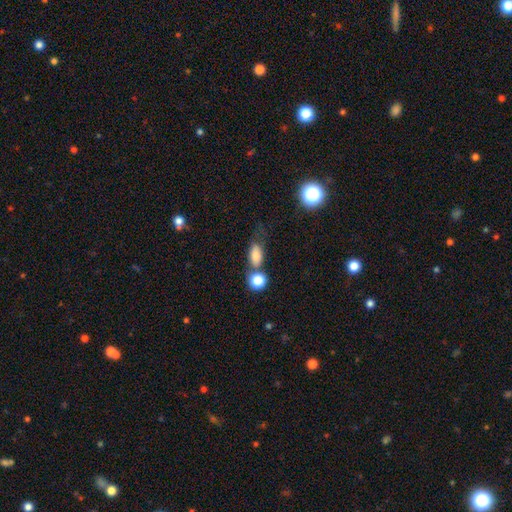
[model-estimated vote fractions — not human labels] smooth_or_featured: smooth (p=0.80) [alt: star or artifact p=0.11]
how_rounded: in between (p=0.78) [alt: round p=0.16]
merging: none (p=0.45) [alt: merger p=0.30]